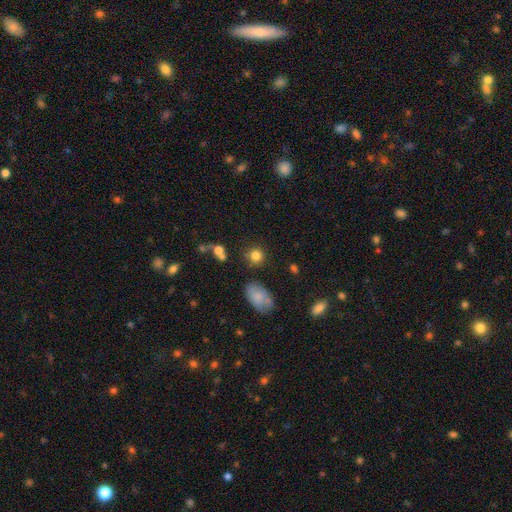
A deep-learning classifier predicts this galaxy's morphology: A smooth galaxy with no disk features (82%) that is round (86%). Merging: none (76%).